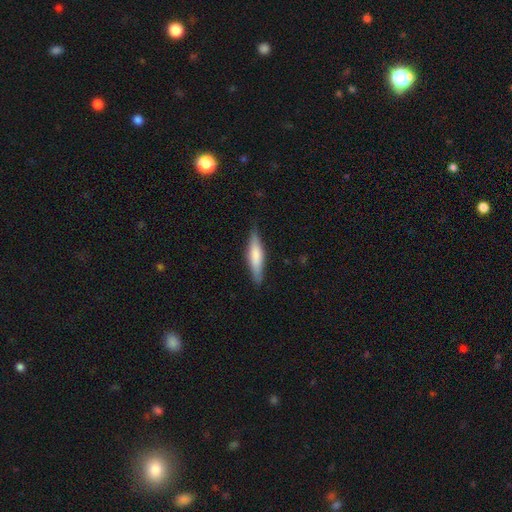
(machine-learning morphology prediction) type=smooth (64%); roundness=cigar-shaped (77%); merging=none (85%).